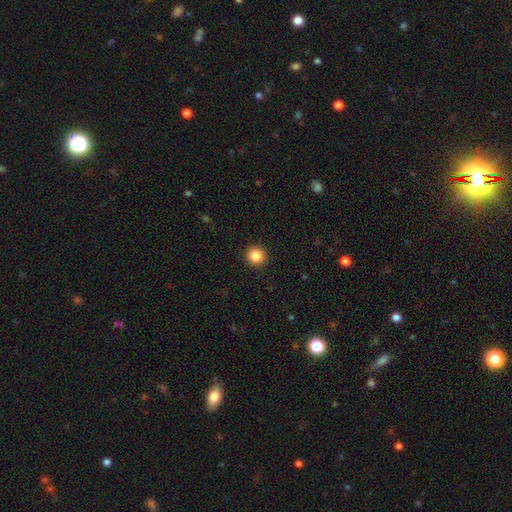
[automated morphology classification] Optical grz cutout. It shows a smooth galaxy with no disk features (86%) that is round (95%). Merging: none (93%).